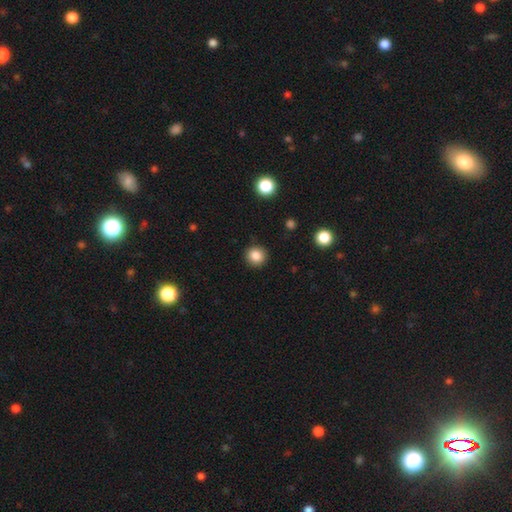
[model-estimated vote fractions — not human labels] smooth_or_featured: smooth (p=0.85) [alt: star or artifact p=0.11]
how_rounded: round (p=0.93) [alt: in between p=0.06]
merging: none (p=0.91) [alt: minor disturbance p=0.06]